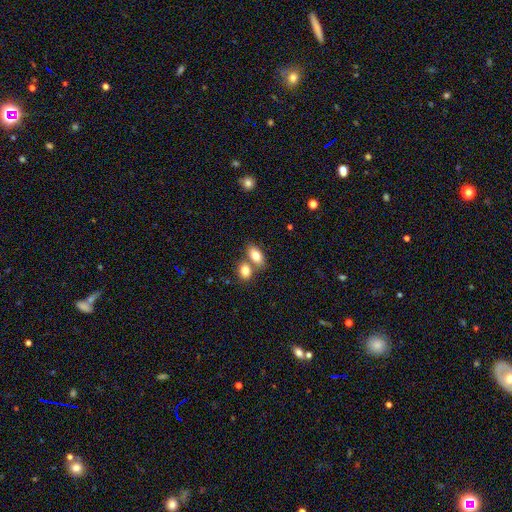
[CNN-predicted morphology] Smooth or featured: smooth — 81% (featured or disk — 11%)
How rounded: in between — 87% (round — 9%)
Merging: none — 46% (merger — 42%)